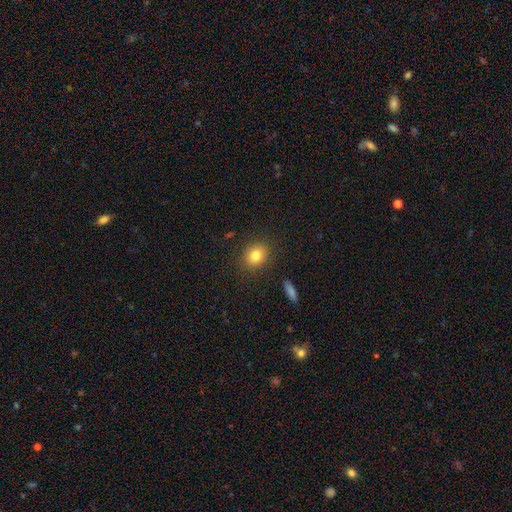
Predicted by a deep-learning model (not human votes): smooth_or_featured: smooth (p=0.81) [alt: star or artifact p=0.10]
how_rounded: round (p=0.70) [alt: in between p=0.29]
merging: none (p=0.88) [alt: minor disturbance p=0.08]